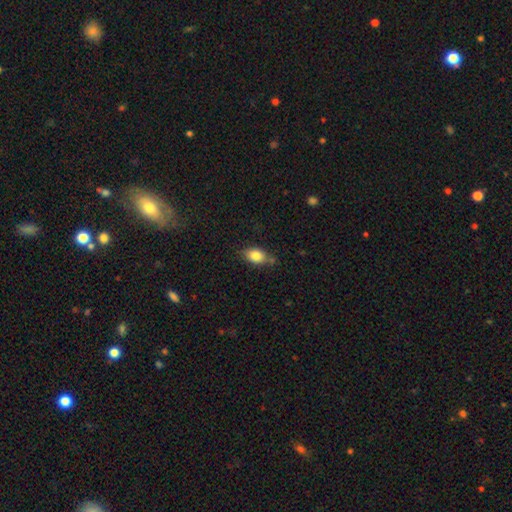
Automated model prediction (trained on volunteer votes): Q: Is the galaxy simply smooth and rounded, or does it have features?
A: smooth — 82%.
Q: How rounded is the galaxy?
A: in between — 83%.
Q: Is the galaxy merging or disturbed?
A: none — 67%.